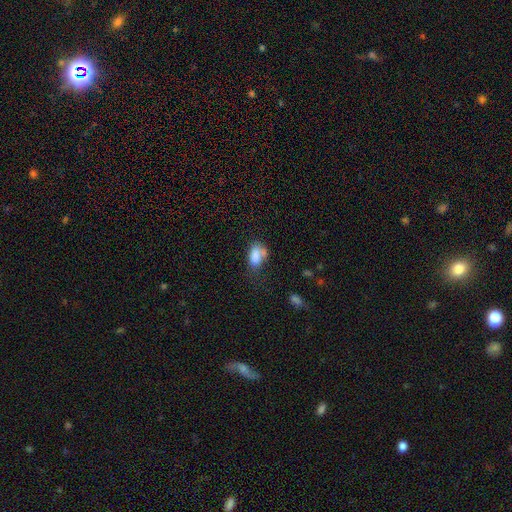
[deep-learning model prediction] Smooth or featured: smooth — 79% (featured or disk — 11%)
How rounded: in between — 88% (round — 9%)
Merging: none — 38% (minor disturbance — 26%)